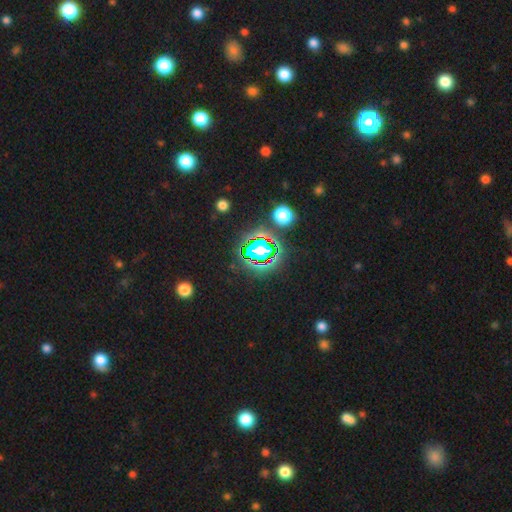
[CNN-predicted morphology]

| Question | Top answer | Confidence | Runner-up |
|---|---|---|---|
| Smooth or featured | star or artifact | 75% | smooth (16%) |